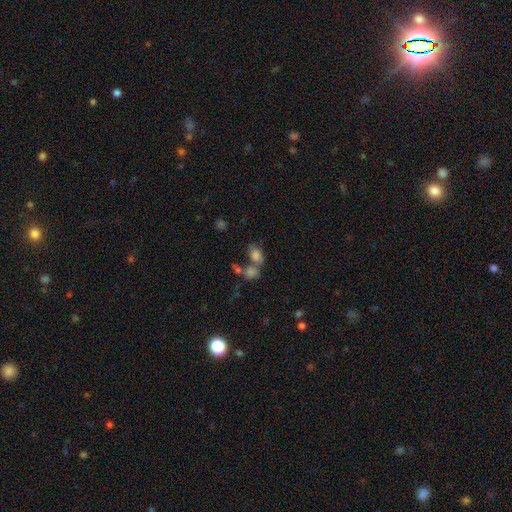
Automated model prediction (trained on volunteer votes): smooth-or-featured: smooth: 75% | featured or disk: 12% | star or artifact: 12%
  how-rounded: in between: 75% | round: 23% | cigar-shaped: 2%
  merging: merger: 45% | none: 35% | minor disturbance: 12% | major disturbance: 8%